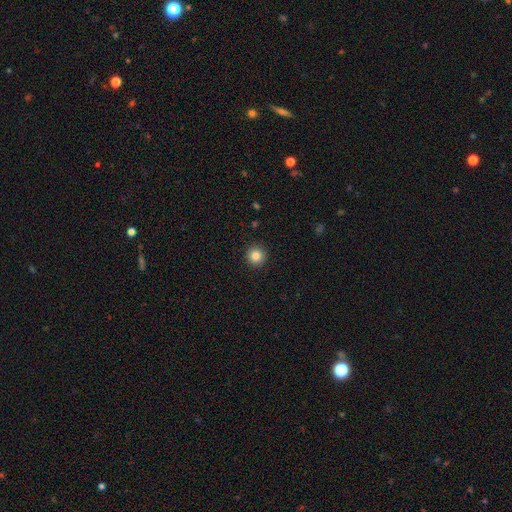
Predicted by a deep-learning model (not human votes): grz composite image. It shows a smooth galaxy with no disk features (85%) that is round (95%). Merging: none (92%).